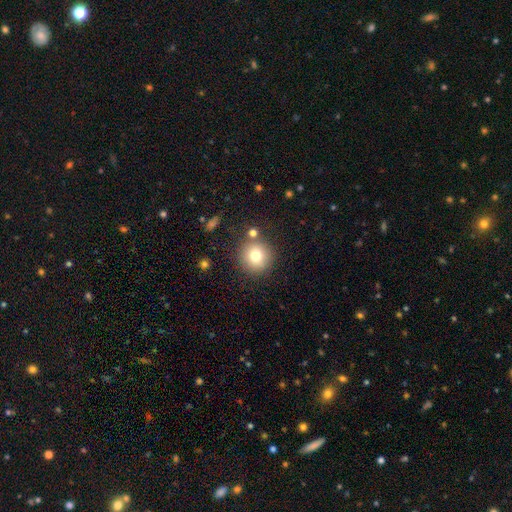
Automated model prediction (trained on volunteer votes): smooth_or_featured: smooth (p=0.76) [alt: featured or disk p=0.12]
how_rounded: round (p=0.93) [alt: in between p=0.06]
merging: none (p=0.82) [alt: minor disturbance p=0.08]